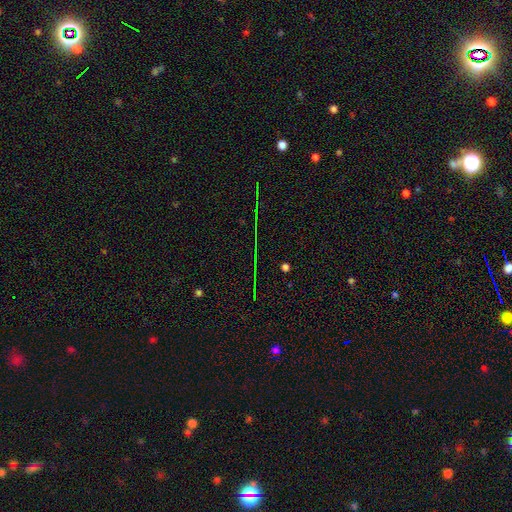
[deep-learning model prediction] Smooth or featured: star or artifact — 73% (smooth — 15%)